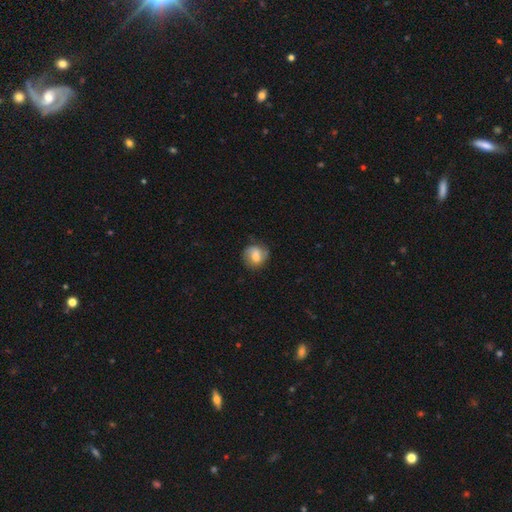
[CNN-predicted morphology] Smooth or featured: smooth — 60% (featured or disk — 31%)
How rounded: round — 76% (in between — 23%)
Merging: none — 69% (minor disturbance — 22%)